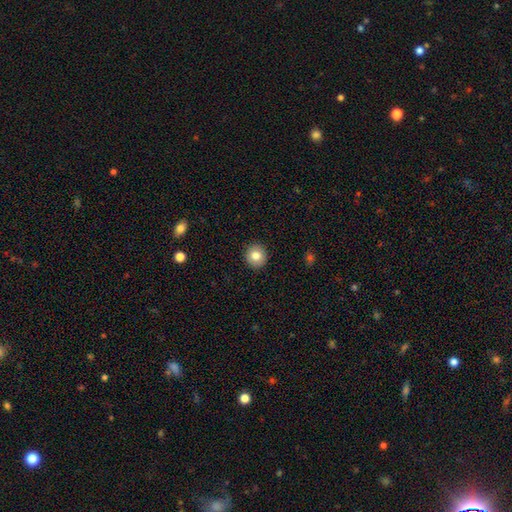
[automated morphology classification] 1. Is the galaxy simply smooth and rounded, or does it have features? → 81% smooth, 9% featured or disk, 9% star or artifact.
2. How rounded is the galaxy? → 91% round, 8% in between, 1% cigar-shaped.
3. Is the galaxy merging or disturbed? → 92% none, 6% minor disturbance, 2% major disturbance, 1% merger.